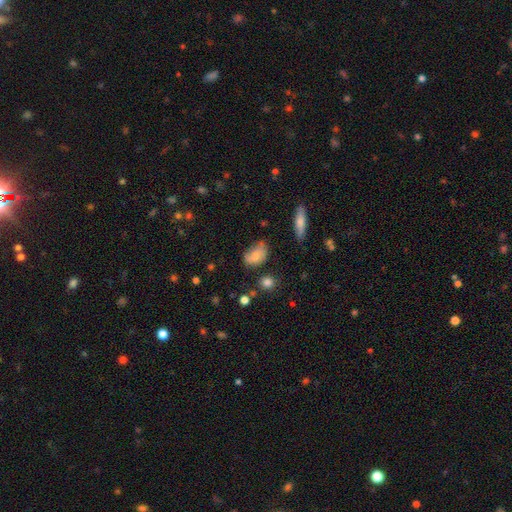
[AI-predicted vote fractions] This is likely a smooth galaxy (76%). How rounded: clearly in between (84%). Merging: possibly none (47%).